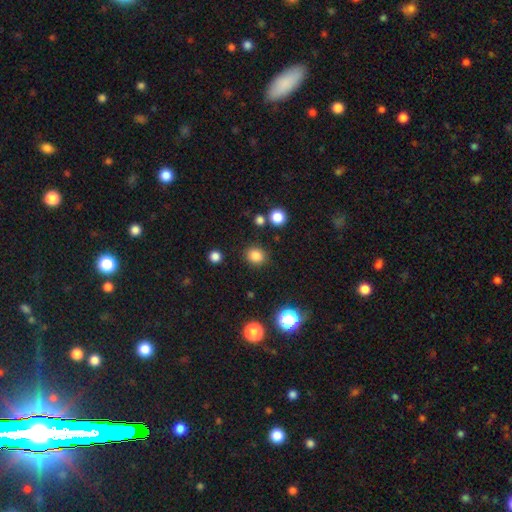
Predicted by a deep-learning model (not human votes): smooth_or_featured: smooth (p=0.83) [alt: star or artifact p=0.13]
how_rounded: round (p=0.78) [alt: in between p=0.21]
merging: none (p=0.87) [alt: minor disturbance p=0.08]